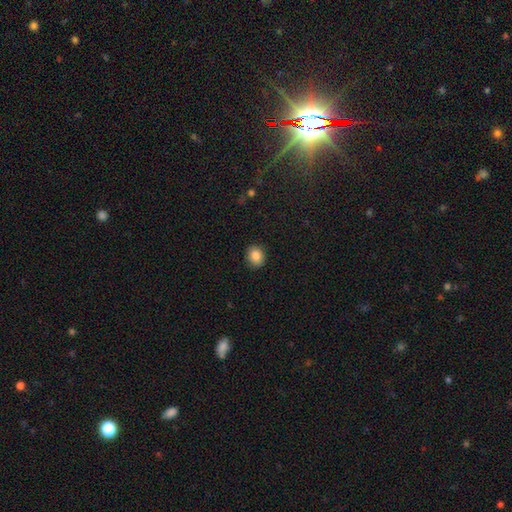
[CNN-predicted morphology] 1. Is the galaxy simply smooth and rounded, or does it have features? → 87% smooth, 9% star or artifact, 4% featured or disk.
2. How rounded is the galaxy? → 65% round, 34% in between, 1% cigar-shaped.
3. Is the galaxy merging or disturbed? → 89% none, 8% minor disturbance, 2% major disturbance, 1% merger.